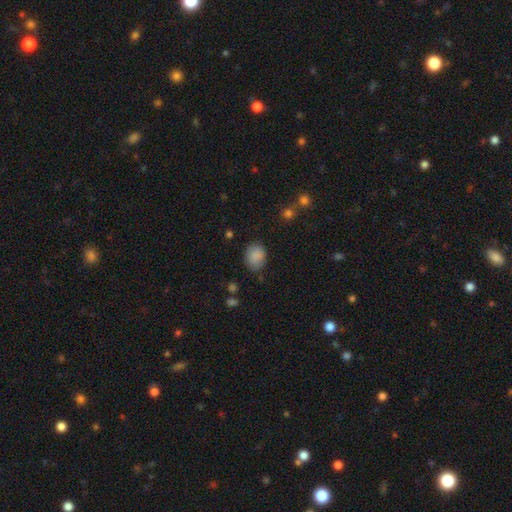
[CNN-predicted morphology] A smooth galaxy with no disk features (87%) that is in between round and cigar-shaped (55%).

Vote fractions:
- Smooth or featured? smooth: 87% / star or artifact: 9% / featured or disk: 5%
- How rounded? in between: 55% / round: 44% / cigar-shaped: 1%
- Merging? none: 76% / minor disturbance: 18% / major disturbance: 4% / merger: 2%